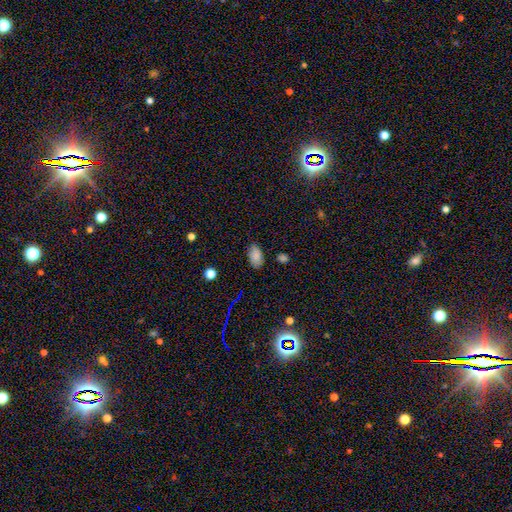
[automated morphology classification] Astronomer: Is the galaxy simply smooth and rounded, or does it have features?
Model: smooth — 83%.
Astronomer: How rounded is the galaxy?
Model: in between — 92%.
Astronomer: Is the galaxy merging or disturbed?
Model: none — 80%.